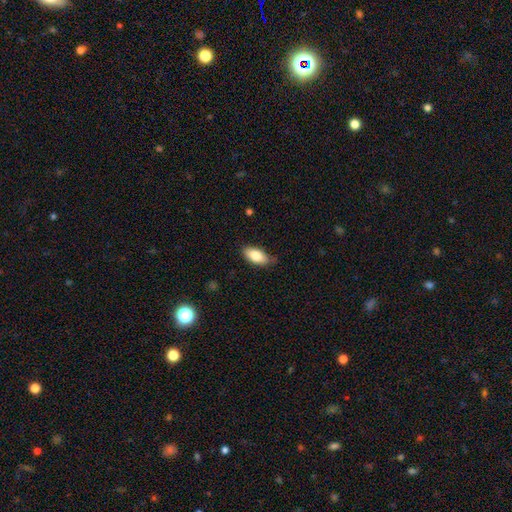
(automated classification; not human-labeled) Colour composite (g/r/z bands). It shows a smooth galaxy with no disk features (81%) that is in between round and cigar-shaped (91%). Merging: none (78%).